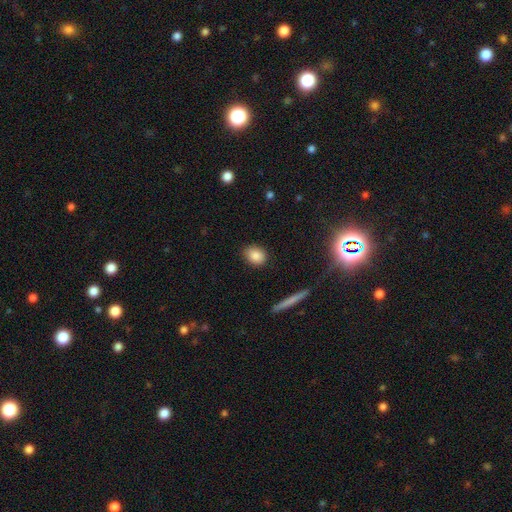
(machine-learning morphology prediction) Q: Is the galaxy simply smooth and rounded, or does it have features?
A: smooth — 86%.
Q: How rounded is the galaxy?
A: in between — 55%.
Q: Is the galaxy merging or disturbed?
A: none — 86%.